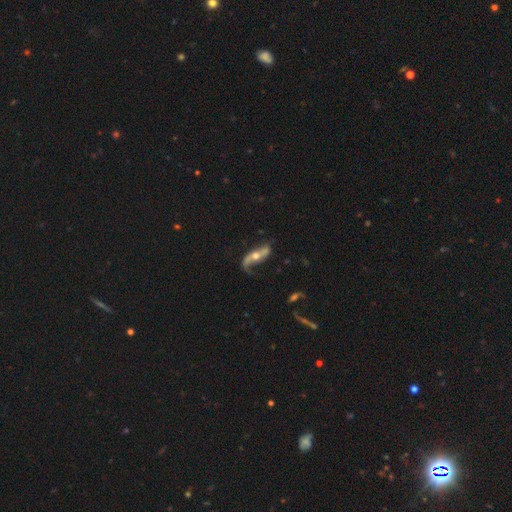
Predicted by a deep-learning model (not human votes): Morphology: type=featured or disk (80%); edge-on=no (80%); bar=no (54%); spiral arms=yes (89%); winding=loose (81%); arm count=2 (81%); bulge=moderate (66%); merging=none (55%).